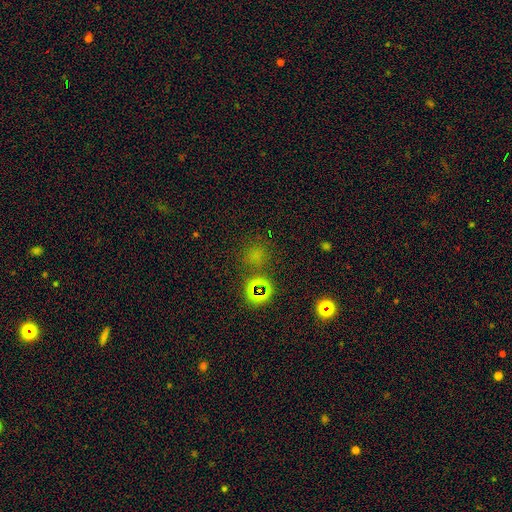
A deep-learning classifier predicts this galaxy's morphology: Smooth or featured: smooth — 50% (star or artifact — 44%)
Merging: none — 74% (minor disturbance — 12%)